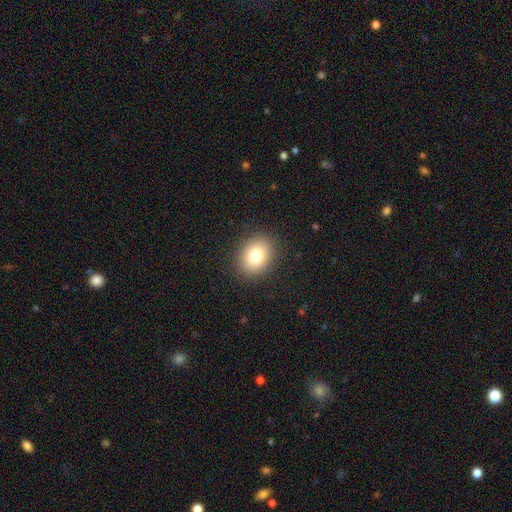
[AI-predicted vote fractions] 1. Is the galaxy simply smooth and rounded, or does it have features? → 79% smooth, 11% star or artifact, 10% featured or disk.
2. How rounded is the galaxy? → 51% round, 48% in between, 1% cigar-shaped.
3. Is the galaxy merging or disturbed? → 89% none, 7% minor disturbance, 3% major disturbance, 1% merger.